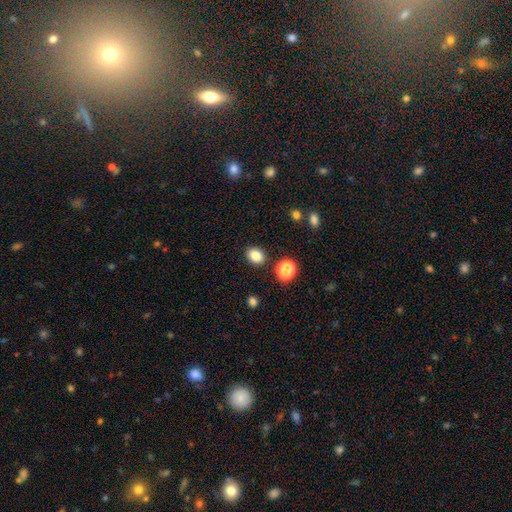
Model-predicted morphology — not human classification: The model was most divided on "how rounded": in between: 55%, round: 44%, cigar-shaped: 1%. More confident: merging — none (85%); smooth or featured — smooth (83%).